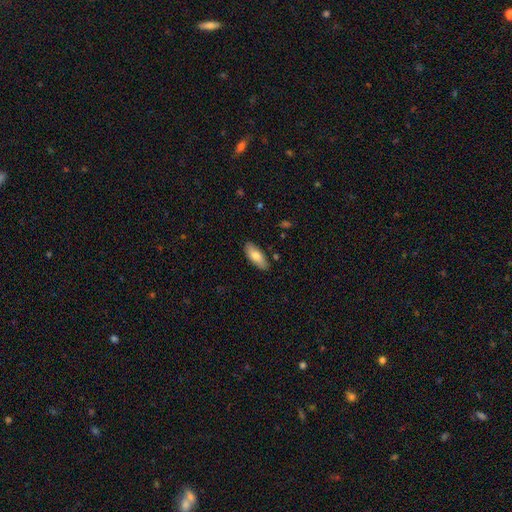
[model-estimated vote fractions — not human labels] Smooth or featured: smooth — 77% (featured or disk — 18%)
How rounded: in between — 81% (cigar-shaped — 17%)
Merging: none — 85% (minor disturbance — 11%)